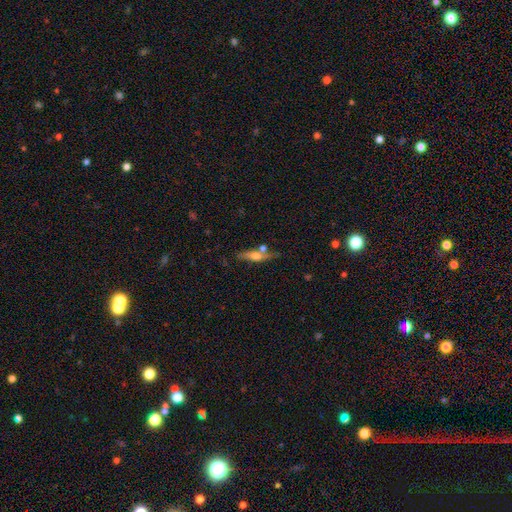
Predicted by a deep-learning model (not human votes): smooth_or_featured: featured or disk (p=0.53) [alt: smooth p=0.40]
disk_edge_on: yes (p=0.84) [alt: no p=0.16]
merging: none (p=0.62) [alt: minor disturbance p=0.17]